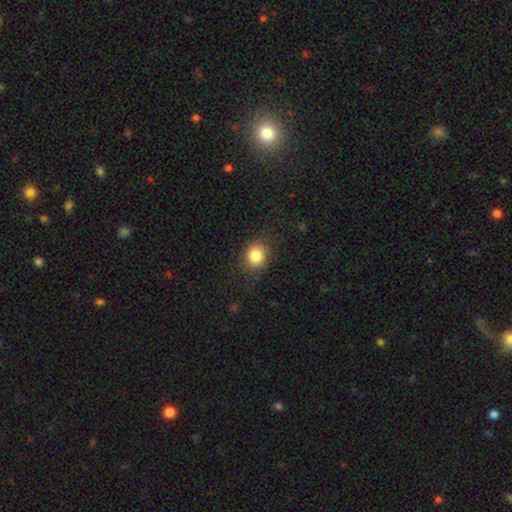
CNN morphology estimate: This appears to be a smooth galaxy with no disk features (85%) that is round (68%). Merging: none (83%).